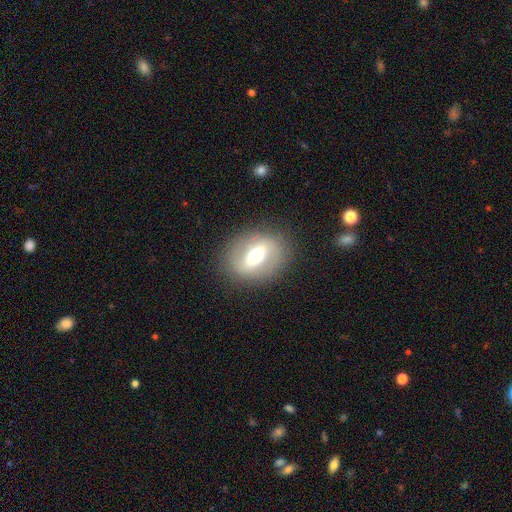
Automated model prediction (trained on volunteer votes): Overall: featured or disk (54%; smooth 37%). Edge-on disk: no (86%). Merging: none (83%).